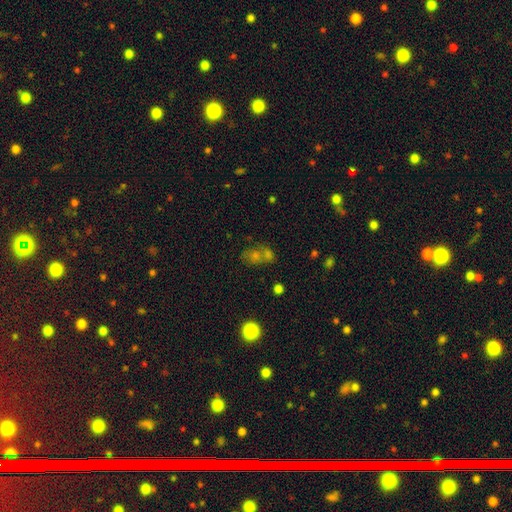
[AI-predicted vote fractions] This is possibly a smooth galaxy (46%). Merging: possibly none (46%).